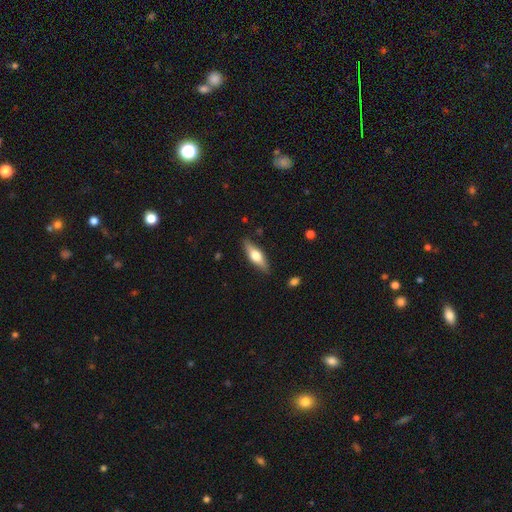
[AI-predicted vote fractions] smooth_or_featured: featured or disk (p=0.48) [alt: smooth p=0.47]
merging: none (p=0.85) [alt: minor disturbance p=0.11]